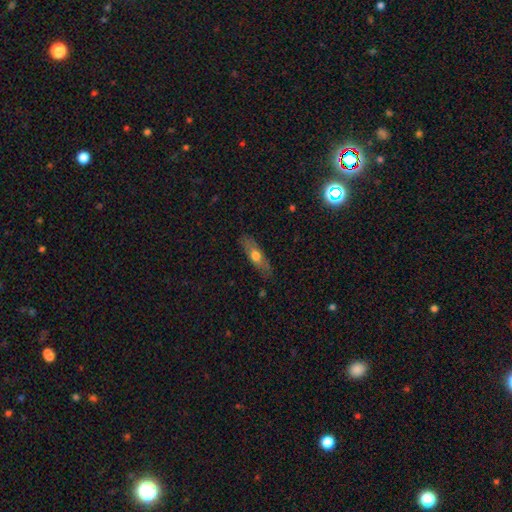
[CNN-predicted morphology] smooth-or-featured: smooth: 56% | featured or disk: 37% | star or artifact: 6%
  how-rounded: cigar-shaped: 50% | in between: 47% | round: 3%
  merging: none: 79% | minor disturbance: 16% | major disturbance: 4% | merger: 1%